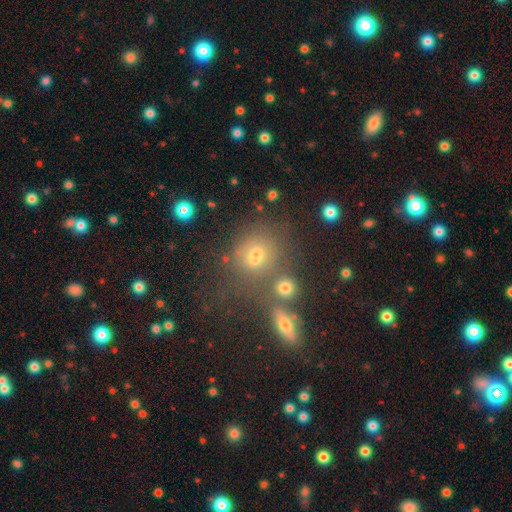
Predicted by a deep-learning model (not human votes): Q: Smooth or featured?
A: smooth (62%); runner-up: star or artifact (21%)
Q: How rounded?
A: round (63%); runner-up: in between (35%)
Q: Merging?
A: none (58%); runner-up: merger (22%)